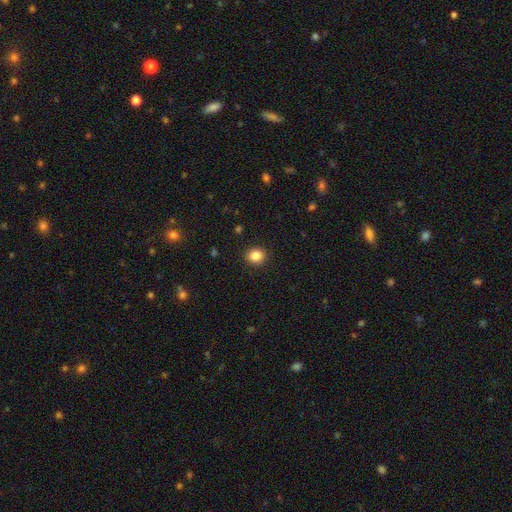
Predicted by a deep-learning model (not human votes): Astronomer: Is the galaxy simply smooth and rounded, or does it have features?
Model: smooth — 85%.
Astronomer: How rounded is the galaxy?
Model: round — 80%.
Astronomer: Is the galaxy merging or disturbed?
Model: none — 91%.